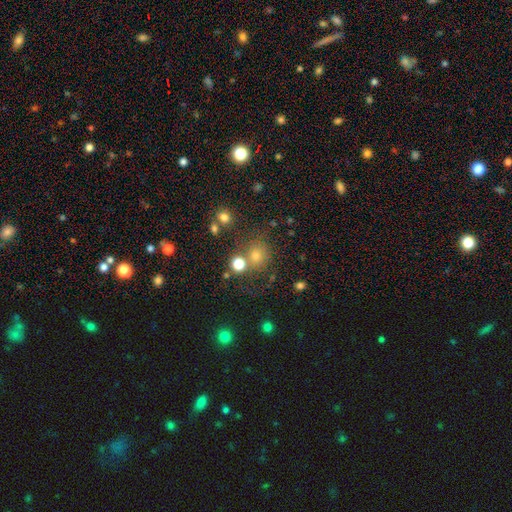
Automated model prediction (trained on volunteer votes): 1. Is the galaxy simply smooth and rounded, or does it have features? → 68% smooth, 24% star or artifact, 9% featured or disk.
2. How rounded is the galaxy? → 82% round, 17% in between, 1% cigar-shaped.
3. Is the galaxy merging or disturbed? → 67% none, 16% merger, 11% minor disturbance, 5% major disturbance.